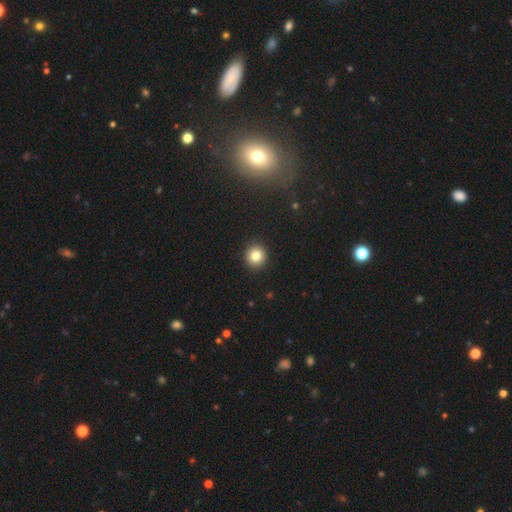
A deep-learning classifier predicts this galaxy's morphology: Smooth or featured: smooth — 82% (star or artifact — 11%)
How rounded: round — 93% (in between — 6%)
Merging: none — 93% (minor disturbance — 5%)